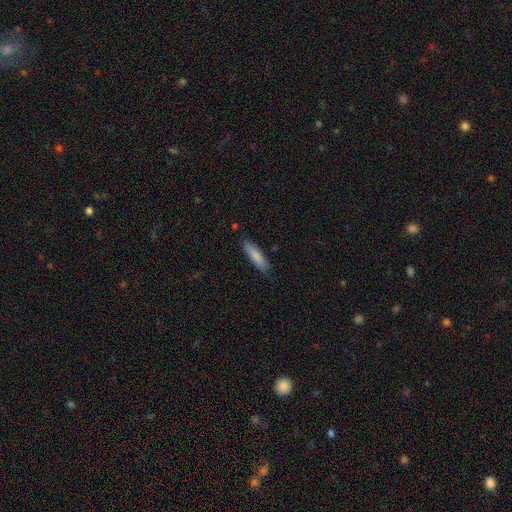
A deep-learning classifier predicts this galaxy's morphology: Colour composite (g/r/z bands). It shows a smooth galaxy with no disk features (82%) that is cigar-shaped (73%). Merging: none (83%).